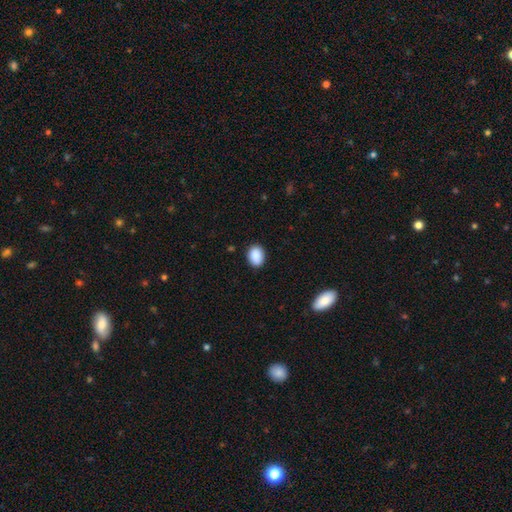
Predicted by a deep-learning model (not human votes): Morphology: type=smooth (90%); roundness=in between (71%); merging=none (87%).